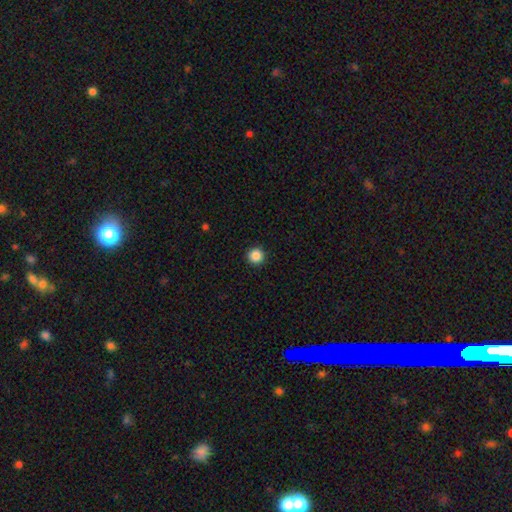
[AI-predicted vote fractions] This is clearly a smooth galaxy (87%). How rounded: clearly round (96%). Merging: clearly none (94%).